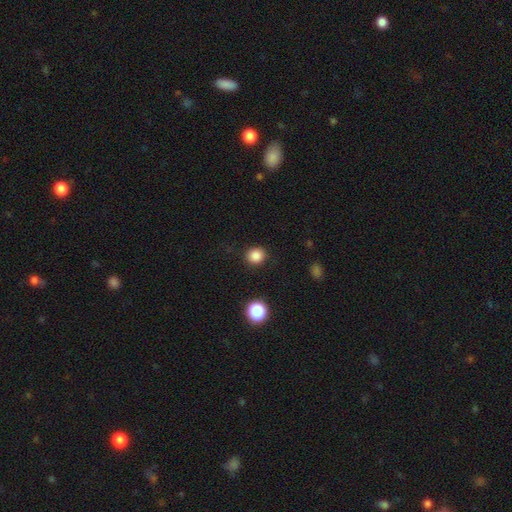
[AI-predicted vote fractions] smooth-or-featured: smooth: 86% | star or artifact: 12% | featured or disk: 3%
  how-rounded: round: 86% | in between: 13% | cigar-shaped: 1%
  merging: none: 89% | minor disturbance: 7% | major disturbance: 3% | merger: 1%